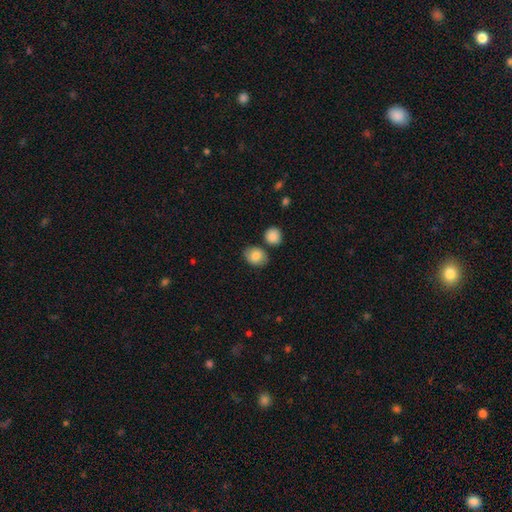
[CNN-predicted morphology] Smooth or featured? Predicted: smooth (p=0.85). How rounded? Predicted: in between (p=0.57). Merging? Predicted: none (p=0.74).